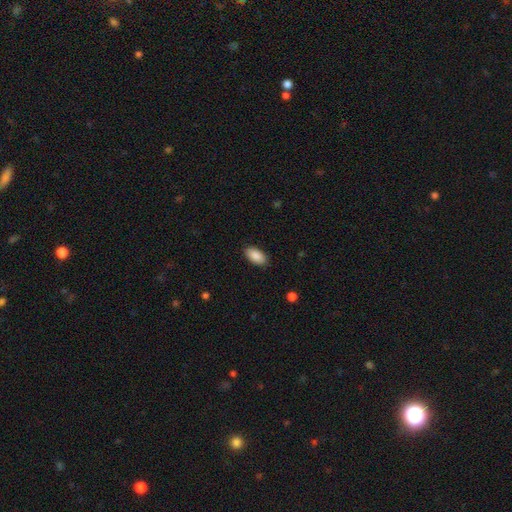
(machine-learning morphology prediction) Smooth or featured?
  - smooth: 89% *
  - star or artifact: 6%
  - featured or disk: 4%
How rounded?
  - in between: 94% *
  - cigar-shaped: 4%
  - round: 2%
Merging?
  - none: 89% *
  - minor disturbance: 8%
  - major disturbance: 2%
  - merger: 1%